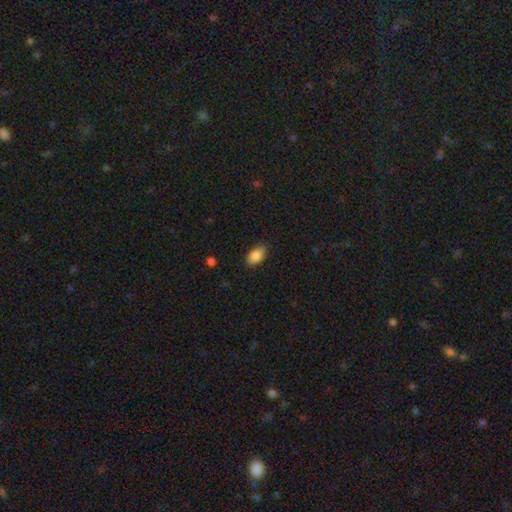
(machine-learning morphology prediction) This appears to be a smooth galaxy with no disk features (87%) that is in between round and cigar-shaped (92%). Merging: none (86%).